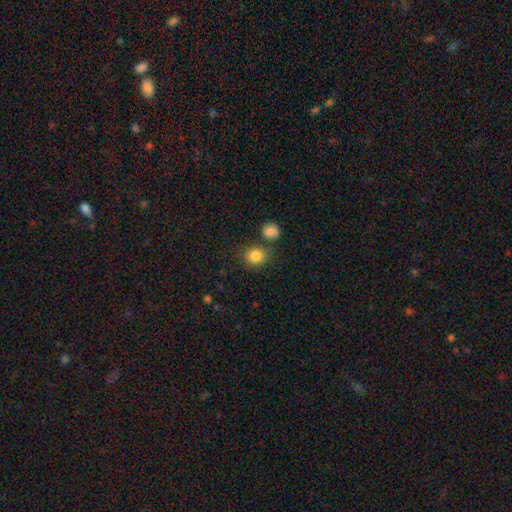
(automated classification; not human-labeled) Smooth or featured? Predicted: smooth (p=0.84). How rounded? Predicted: round (p=0.81). Merging? Predicted: none (p=0.73).